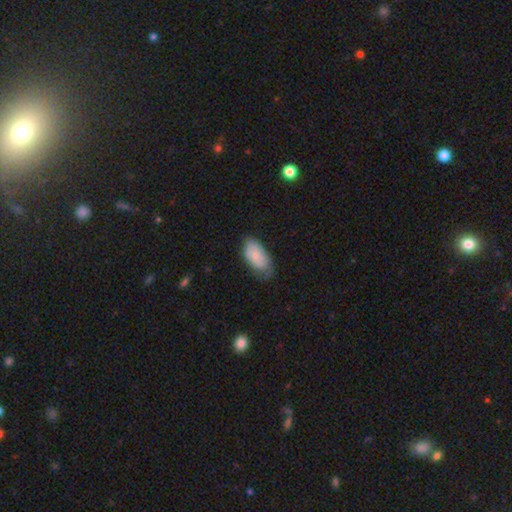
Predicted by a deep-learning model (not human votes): A smooth galaxy with no disk features (66%) that is in between round and cigar-shaped (94%). Merging: none (54%).